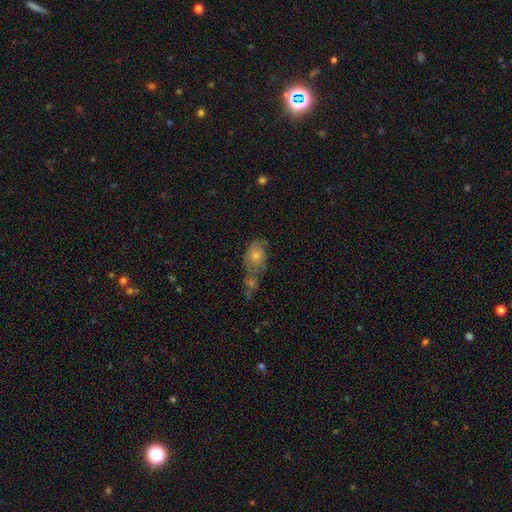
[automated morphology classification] type=smooth (46%); merging=merger (36%).